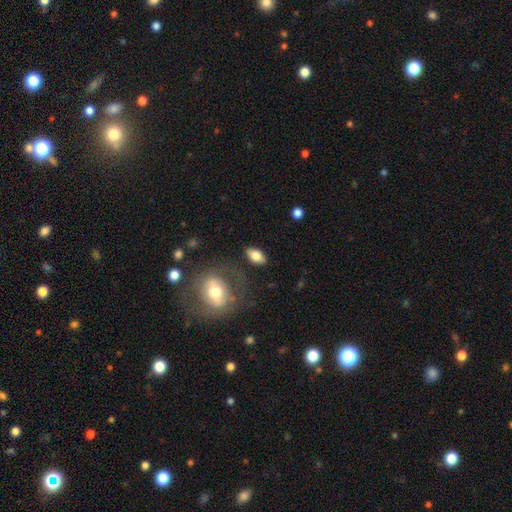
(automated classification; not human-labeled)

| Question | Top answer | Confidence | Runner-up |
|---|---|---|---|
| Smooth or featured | smooth | 71% | featured or disk (22%) |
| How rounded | in between | 87% | round (7%) |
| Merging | none | 79% | minor disturbance (13%) |